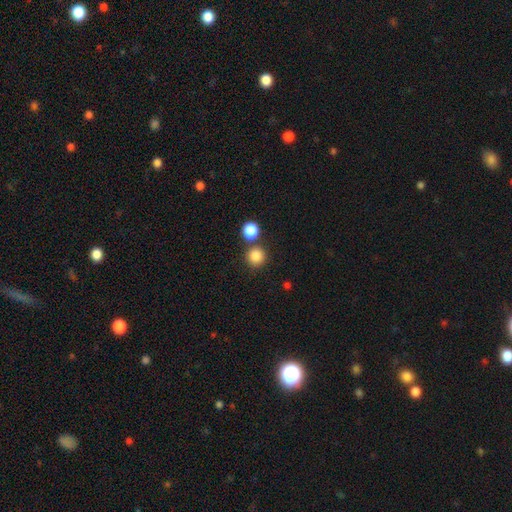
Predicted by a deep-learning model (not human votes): A smooth galaxy with no disk features (85%) that is round (92%). Merging: none (73%).